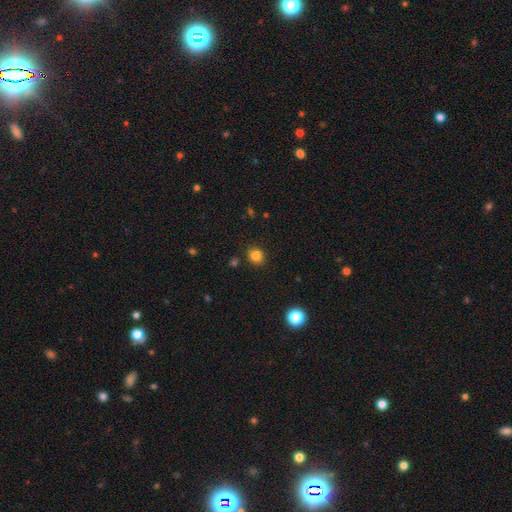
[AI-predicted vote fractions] Smooth or featured? Predicted: smooth (p=0.83). How rounded? Predicted: round (p=0.82). Merging? Predicted: none (p=0.88).